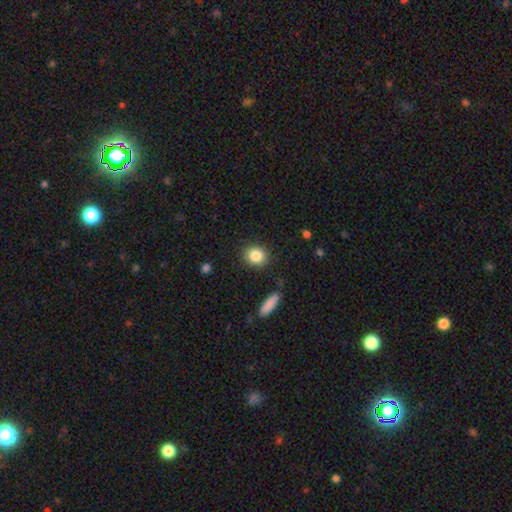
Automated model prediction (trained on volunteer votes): smooth-or-featured: smooth: 85% | star or artifact: 9% | featured or disk: 6%
  how-rounded: round: 77% | in between: 22% | cigar-shaped: 1%
  merging: none: 88% | minor disturbance: 8% | major disturbance: 2% | merger: 2%